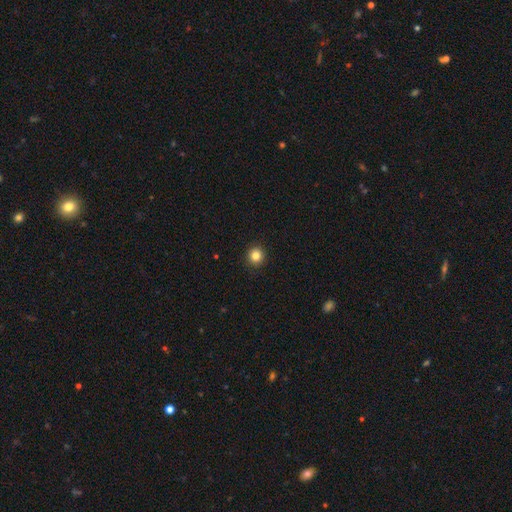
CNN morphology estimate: A smooth galaxy with no disk features (84%) that is round (93%). Merging: none (92%).